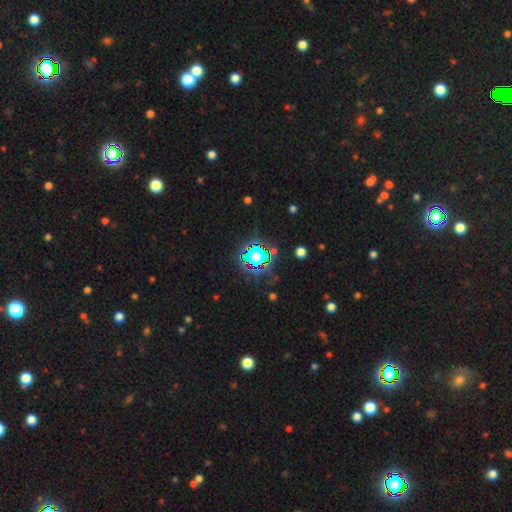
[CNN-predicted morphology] star or artifact 61%, smooth 26%, featured or disk 13%.